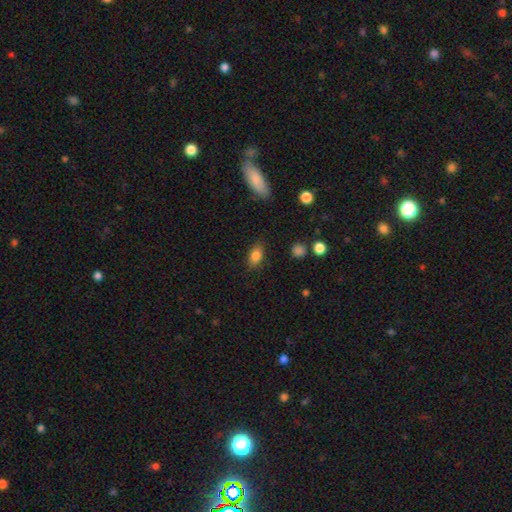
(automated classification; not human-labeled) smooth 84%, star or artifact 9%, featured or disk 7%. Down the decision tree: how rounded — in between (85%); merging — none (83%).